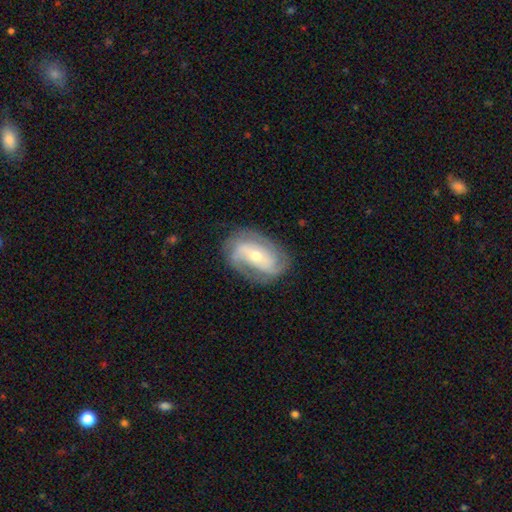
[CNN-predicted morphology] A featured or disk galaxy (82%) with no bar (45%), 2 (40%) tight (46%) spiral arms (94%) and a moderate central bulge (52%).

Vote fractions:
- Smooth or featured? featured or disk: 82% / smooth: 13% / star or artifact: 6%
- Edge-on disk? no: 96% / yes: 4%
- Bar? no: 45% / weak: 35% / strong: 20%
- Spiral arms? yes: 94% / no: 6%
- Spiral winding? tight: 46% / medium: 40% / loose: 15%
- Spiral arm count? 2: 40% / 3: 29% / can't tell: 18% / 4: 5% / 1: 4% / more than 4: 3%
- Bulge size? moderate: 52% / small: 43% / large: 3% / none: 1% / dominant: 1%
- Merging? none: 75% / minor disturbance: 17% / major disturbance: 7% / merger: 1%